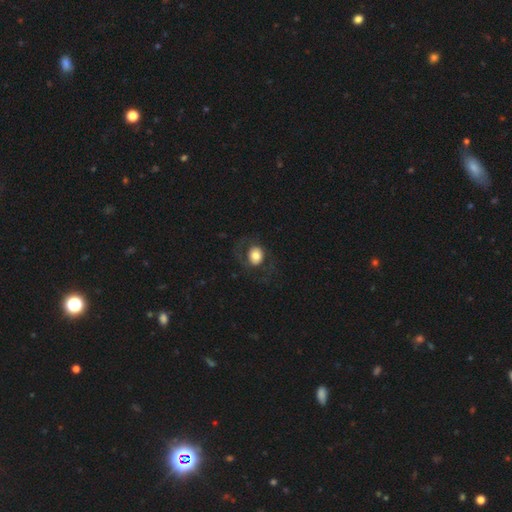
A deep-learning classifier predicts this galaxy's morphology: Overall: smooth (63%; featured or disk 30%). How rounded: round (59%; in between 40%). Merging: none (65%).